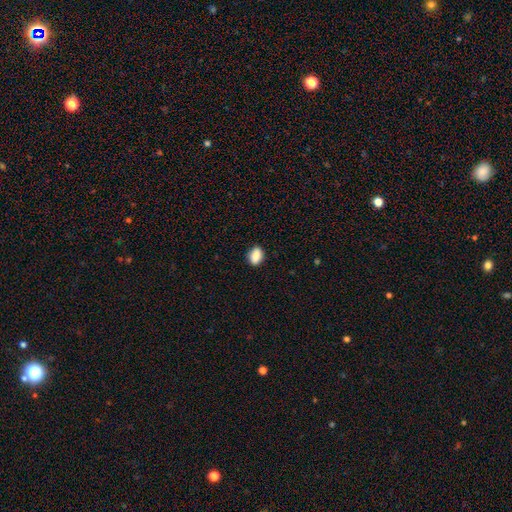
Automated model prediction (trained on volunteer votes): A smooth galaxy with no disk features (86%) that is in between round and cigar-shaped (81%).

Vote fractions:
- Smooth or featured? smooth: 86% / star or artifact: 8% / featured or disk: 6%
- How rounded? in between: 81% / round: 17% / cigar-shaped: 2%
- Merging? none: 87% / minor disturbance: 10% / major disturbance: 2% / merger: 1%